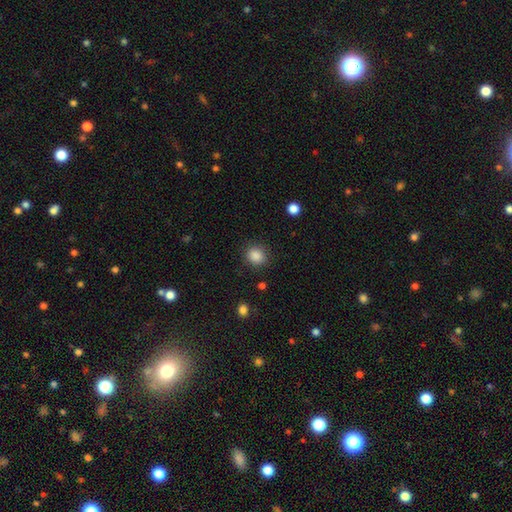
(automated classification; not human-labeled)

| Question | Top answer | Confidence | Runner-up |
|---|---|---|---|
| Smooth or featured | smooth | 87% | star or artifact (10%) |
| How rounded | round | 78% | in between (21%) |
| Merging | none | 87% | minor disturbance (8%) |